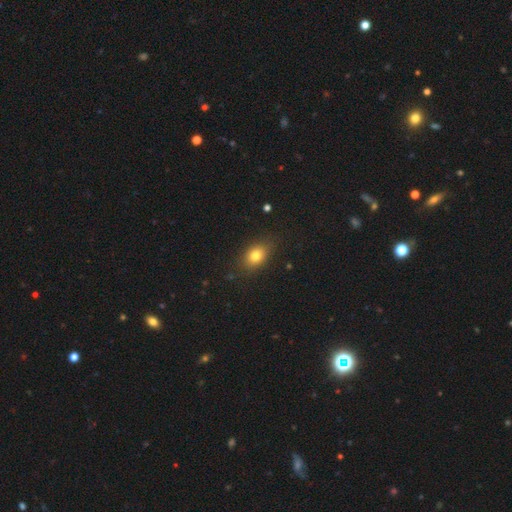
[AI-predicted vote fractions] smooth 78%, star or artifact 11%, featured or disk 11%. Down the decision tree: how rounded — in between (72%); merging — none (83%).